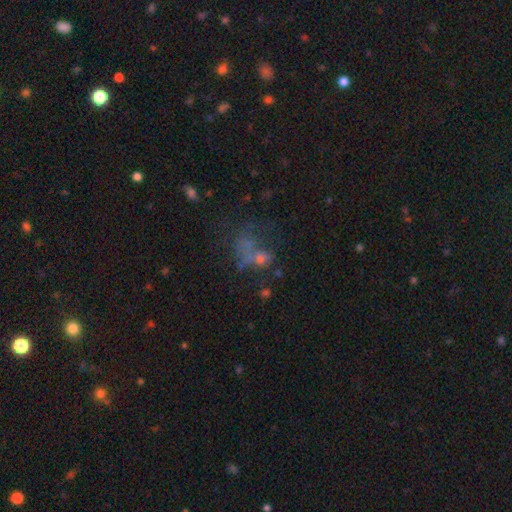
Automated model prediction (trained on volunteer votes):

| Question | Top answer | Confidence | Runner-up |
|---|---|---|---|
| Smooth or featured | smooth | 41% | featured or disk (32%) |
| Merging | major disturbance | 35% | none (30%) |